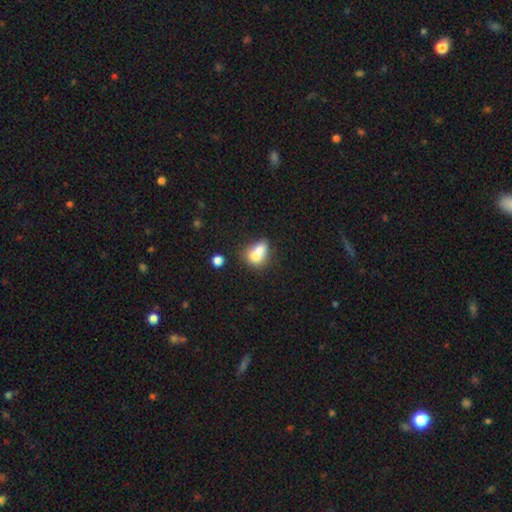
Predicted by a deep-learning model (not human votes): Smooth or featured? smooth (71%)
How rounded? in between (62%)
Merging? merger (60%)